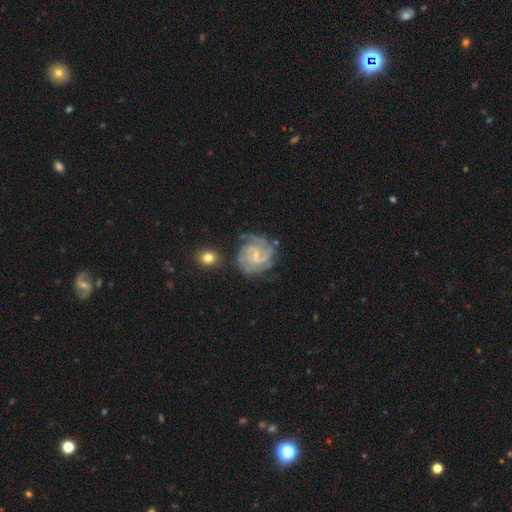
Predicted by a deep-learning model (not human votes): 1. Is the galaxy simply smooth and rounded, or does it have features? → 86% featured or disk, 8% smooth, 6% star or artifact.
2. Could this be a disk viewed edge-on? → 98% no, 2% yes.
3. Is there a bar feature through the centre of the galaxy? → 53% weak, 35% no, 12% strong.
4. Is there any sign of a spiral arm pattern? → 96% yes, 4% no.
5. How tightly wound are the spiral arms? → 59% tight, 34% medium, 7% loose.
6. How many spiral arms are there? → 39% 2, 24% 3, 21% can't tell, 6% 4, 5% 1, 5% more than 4.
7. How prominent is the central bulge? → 63% small, 20% none, 15% moderate, 1% large, 1% dominant.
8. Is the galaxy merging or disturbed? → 63% none, 21% minor disturbance, 13% major disturbance, 4% merger.